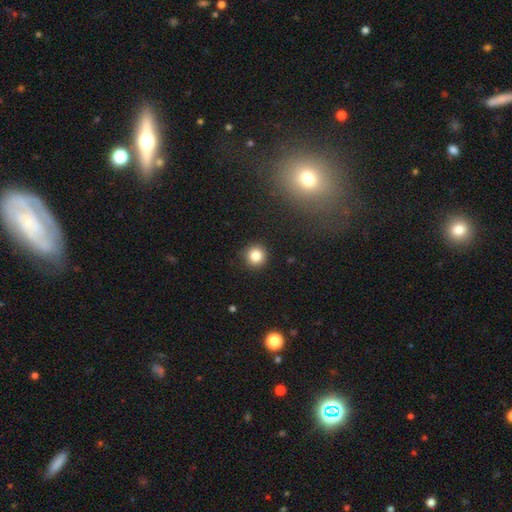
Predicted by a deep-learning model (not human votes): smooth_or_featured: smooth (p=0.84) [alt: star or artifact p=0.11]
how_rounded: round (p=0.95) [alt: in between p=0.04]
merging: none (p=0.92) [alt: minor disturbance p=0.05]